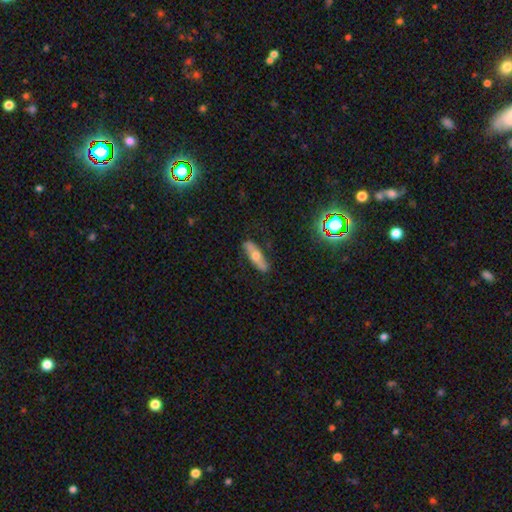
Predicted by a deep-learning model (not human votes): Smooth or featured? smooth (52%)
How rounded? cigar-shaped (58%)
Merging? none (83%)